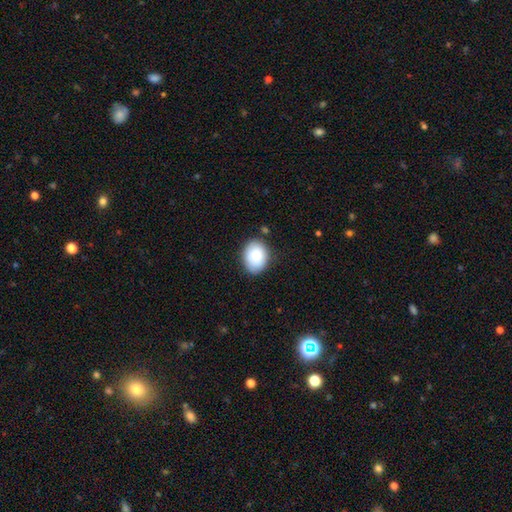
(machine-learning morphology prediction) A smooth galaxy with no disk features (83%) that is in between round and cigar-shaped (66%).

Vote fractions:
- Smooth or featured? smooth: 83% / featured or disk: 10% / star or artifact: 7%
- How rounded? in between: 66% / round: 33% / cigar-shaped: 1%
- Merging? none: 80% / minor disturbance: 15% / major disturbance: 3% / merger: 2%